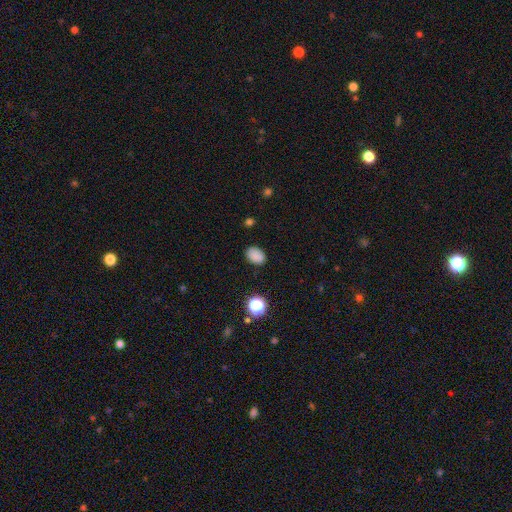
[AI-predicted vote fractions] A smooth galaxy with no disk features (84%) that is in between round and cigar-shaped (75%).

Vote fractions:
- Smooth or featured? smooth: 84% / star or artifact: 12% / featured or disk: 4%
- How rounded? in between: 75% / round: 24% / cigar-shaped: 1%
- Merging? none: 84% / minor disturbance: 12% / major disturbance: 3% / merger: 1%